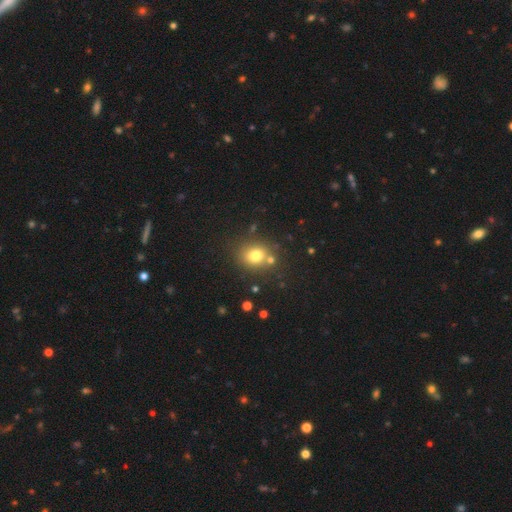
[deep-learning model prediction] Smooth or featured? smooth (76%)
How rounded? round (70%)
Merging? none (72%)